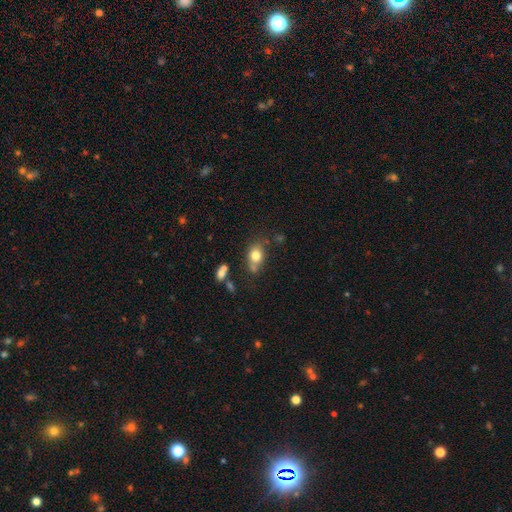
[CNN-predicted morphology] A smooth galaxy with no disk features (77%) that is in between round and cigar-shaped (55%).

Vote fractions:
- Smooth or featured? smooth: 77% / featured or disk: 12% / star or artifact: 11%
- How rounded? in between: 55% / round: 43% / cigar-shaped: 2%
- Merging? none: 55% / minor disturbance: 21% / merger: 17% / major disturbance: 8%